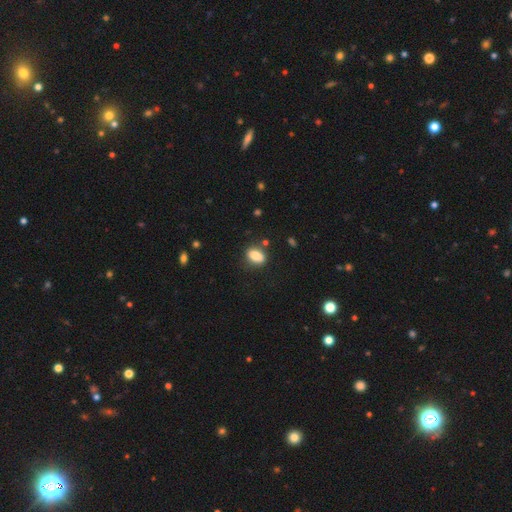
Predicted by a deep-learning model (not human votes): Smooth or featured? smooth (85%)
How rounded? in between (82%)
Merging? none (76%)